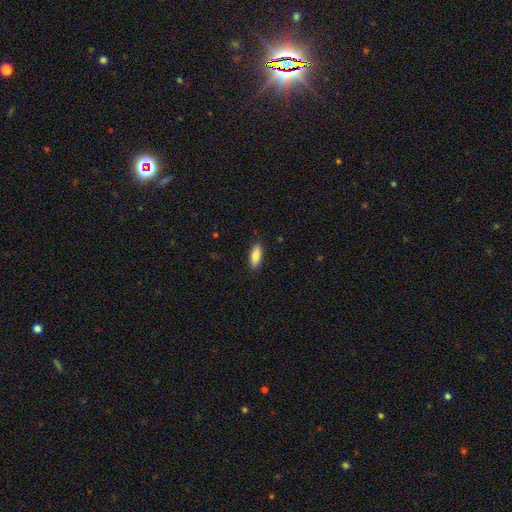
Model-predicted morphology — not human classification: smooth-or-featured: smooth: 89% | star or artifact: 6% | featured or disk: 5%
  how-rounded: in between: 78% | cigar-shaped: 20% | round: 2%
  merging: none: 86% | minor disturbance: 10% | major disturbance: 2% | merger: 1%